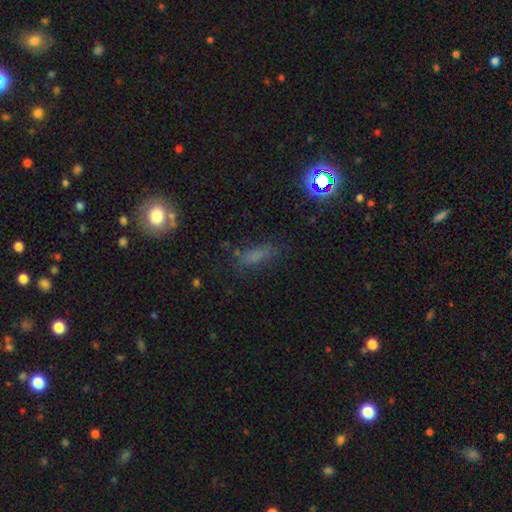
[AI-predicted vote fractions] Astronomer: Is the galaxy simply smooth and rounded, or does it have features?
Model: smooth — 60%.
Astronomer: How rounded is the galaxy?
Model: in between — 48% (runner-up: cigar-shaped, 45%).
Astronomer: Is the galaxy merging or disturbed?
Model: none — 63%.